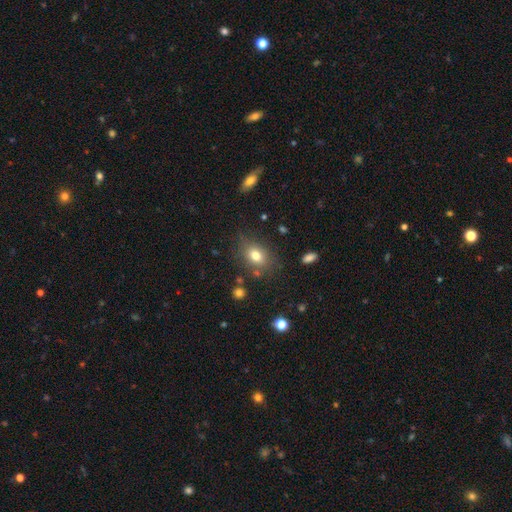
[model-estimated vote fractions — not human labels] Smooth or featured: smooth — 76% (star or artifact — 12%)
How rounded: in between — 66% (round — 33%)
Merging: none — 76% (minor disturbance — 15%)